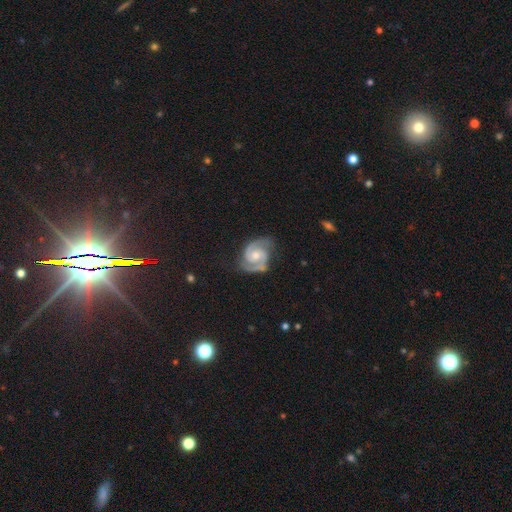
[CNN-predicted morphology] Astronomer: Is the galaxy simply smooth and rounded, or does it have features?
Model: featured or disk — 91%.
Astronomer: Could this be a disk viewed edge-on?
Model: no — 98%.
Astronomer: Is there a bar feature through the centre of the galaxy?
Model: no — 54% (runner-up: weak, 37%).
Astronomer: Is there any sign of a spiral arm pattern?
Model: yes — 98%.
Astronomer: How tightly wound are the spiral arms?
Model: medium — 51% (runner-up: tight, 41%).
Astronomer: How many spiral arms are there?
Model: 2 — 92%.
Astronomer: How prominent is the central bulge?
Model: moderate — 58%.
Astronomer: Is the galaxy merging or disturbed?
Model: none — 76%.